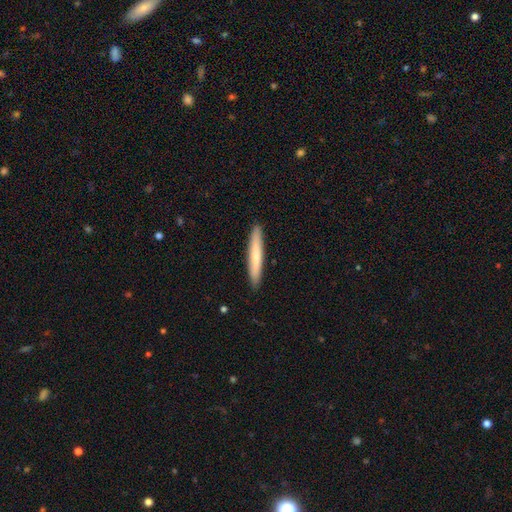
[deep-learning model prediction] smooth-or-featured: smooth: 70% | featured or disk: 24% | star or artifact: 5%
  how-rounded: cigar-shaped: 95% | in between: 4% | round: 1%
  merging: none: 91% | minor disturbance: 6% | major disturbance: 1% | merger: 1%